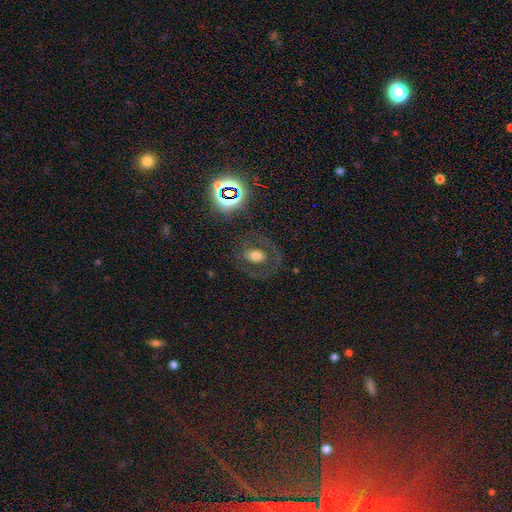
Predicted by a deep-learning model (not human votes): smooth_or_featured: featured or disk (p=0.45) [alt: smooth p=0.39]
merging: none (p=0.70) [alt: major disturbance p=0.15]